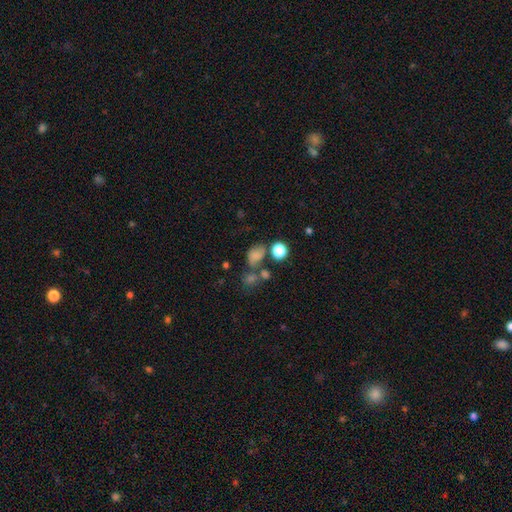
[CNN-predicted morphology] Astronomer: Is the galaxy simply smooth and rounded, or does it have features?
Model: smooth — 68%.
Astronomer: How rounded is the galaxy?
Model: in between — 63%.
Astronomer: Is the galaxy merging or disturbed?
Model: none — 40% (runner-up: merger, 27%).